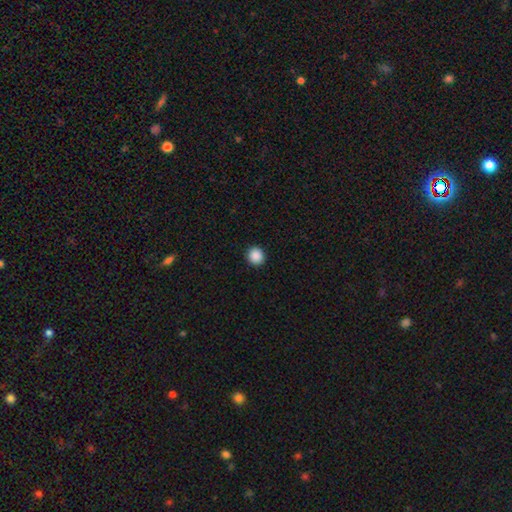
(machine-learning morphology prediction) Overall: smooth (89%). How rounded: round (92%). Merging: none (93%).